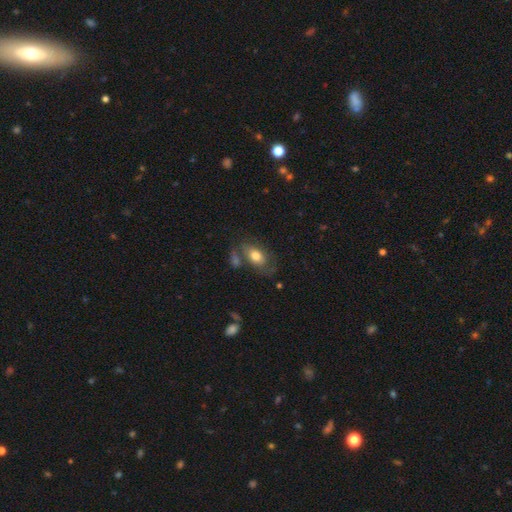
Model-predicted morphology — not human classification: smooth_or_featured: smooth (p=0.70) [alt: featured or disk p=0.23]
how_rounded: in between (p=0.88) [alt: round p=0.09]
merging: none (p=0.54) [alt: minor disturbance p=0.19]